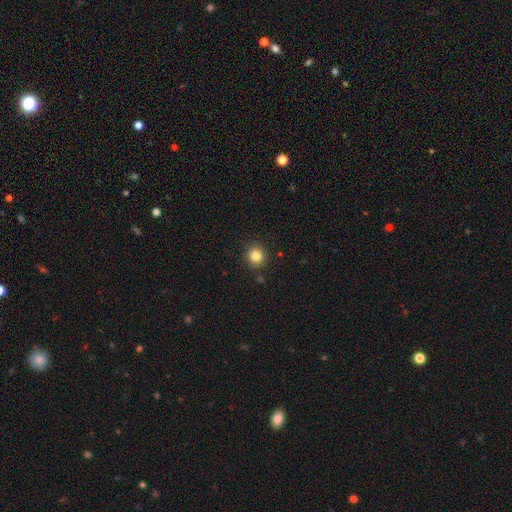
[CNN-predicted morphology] Overall: smooth (83%). How rounded: round (90%). Merging: none (90%).